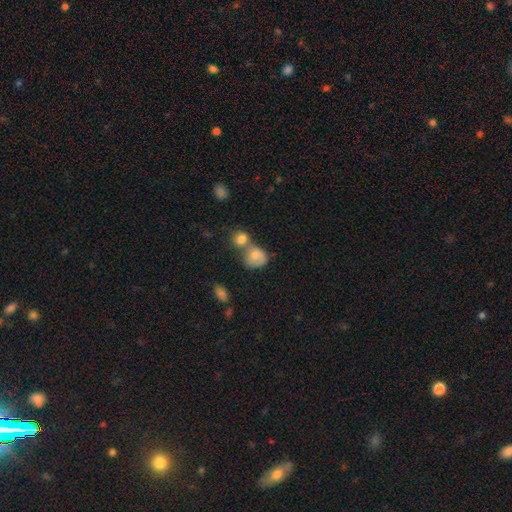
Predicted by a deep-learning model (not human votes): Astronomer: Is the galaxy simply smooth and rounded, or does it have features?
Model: smooth — 77%.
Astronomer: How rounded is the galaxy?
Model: round — 64%.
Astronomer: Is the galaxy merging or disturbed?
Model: merger — 53% (runner-up: none, 29%).